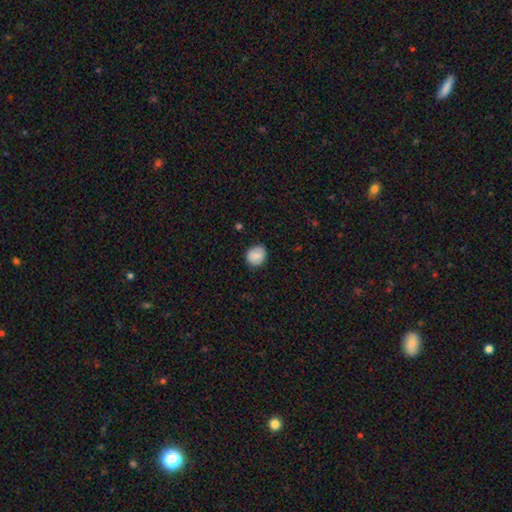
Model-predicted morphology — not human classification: A smooth galaxy with no disk features (78%) that is round (81%). Merging: none (85%).